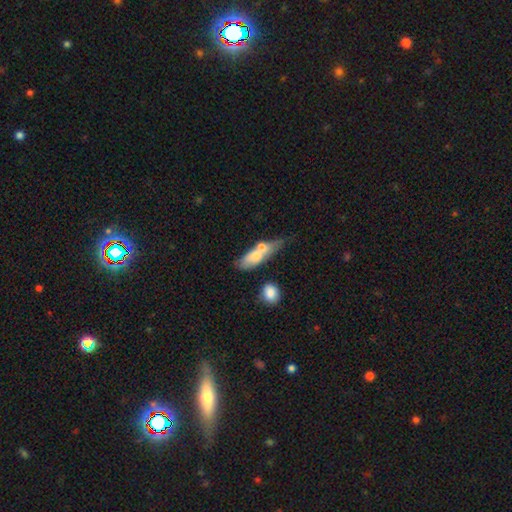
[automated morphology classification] A smooth galaxy with no disk features (62%) that is in between round and cigar-shaped (57%). Merging: merger (38%).